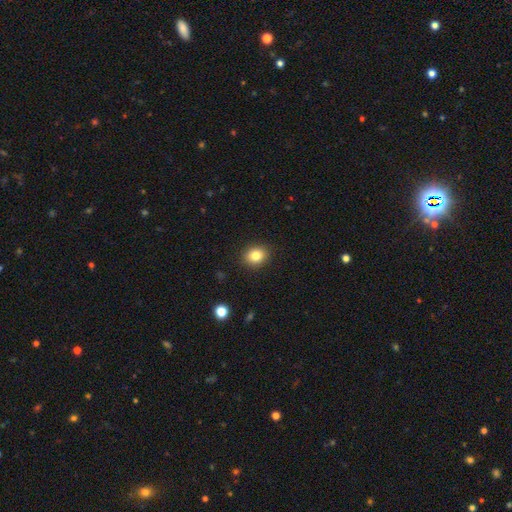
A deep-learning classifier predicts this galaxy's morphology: smooth_or_featured: smooth (p=0.82) [alt: star or artifact p=0.10]
how_rounded: round (p=0.62) [alt: in between p=0.37]
merging: none (p=0.90) [alt: minor disturbance p=0.07]